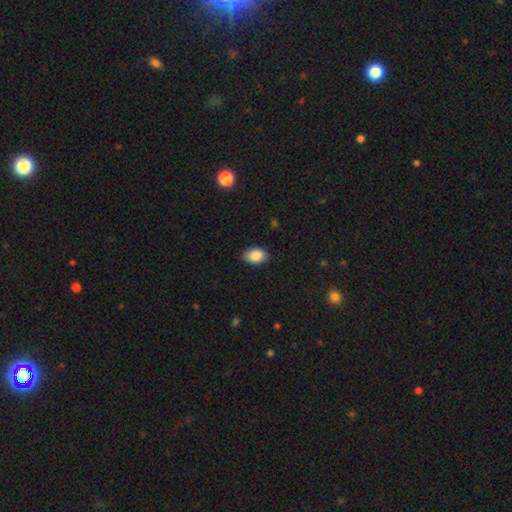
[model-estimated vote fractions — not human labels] A smooth galaxy with no disk features (88%) that is in between round and cigar-shaped (83%).

Vote fractions:
- Smooth or featured? smooth: 88% / star or artifact: 7% / featured or disk: 4%
- How rounded? in between: 83% / round: 16% / cigar-shaped: 1%
- Merging? none: 85% / minor disturbance: 12% / major disturbance: 2% / merger: 1%